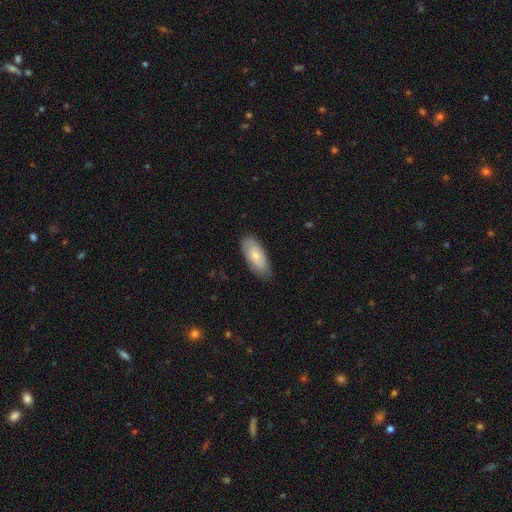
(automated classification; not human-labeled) smooth 71%, featured or disk 23%, star or artifact 6%. Down the decision tree: how rounded — in between (88%); merging — none (74%).